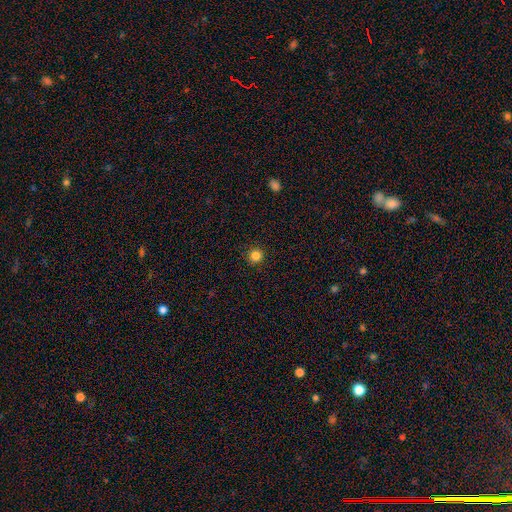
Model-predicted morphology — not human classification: smooth-or-featured: smooth: 84% | star or artifact: 12% | featured or disk: 3%
  how-rounded: round: 95% | in between: 4% | cigar-shaped: 1%
  merging: none: 93% | minor disturbance: 5% | major disturbance: 2% | merger: 1%